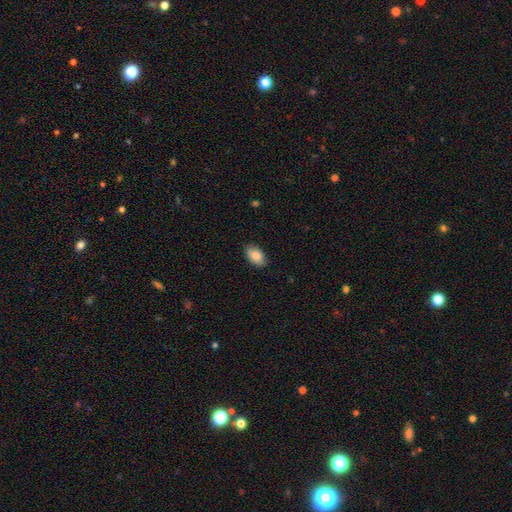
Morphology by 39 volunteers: smooth 85%, featured or disk 13%, star or artifact 3%. Down the decision tree: how rounded — in between (97%); merging — none (89%).